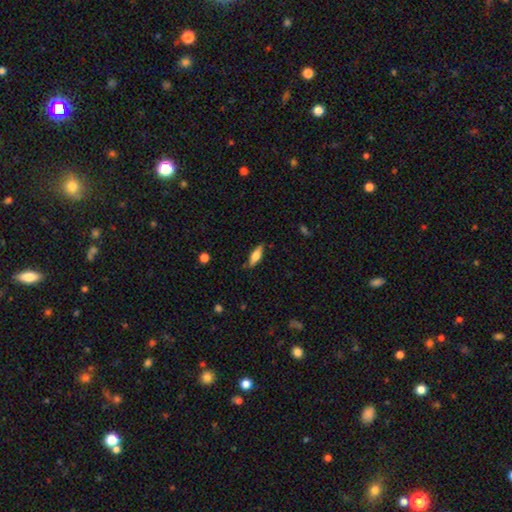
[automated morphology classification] Smooth or featured?
  - smooth: 62% *
  - featured or disk: 31%
  - star or artifact: 7%
How rounded?
  - in between: 58% *
  - cigar-shaped: 39%
  - round: 2%
Merging?
  - none: 81% *
  - minor disturbance: 14%
  - major disturbance: 3%
  - merger: 2%